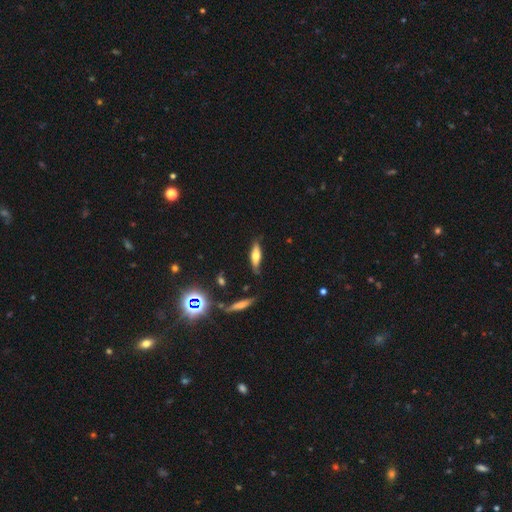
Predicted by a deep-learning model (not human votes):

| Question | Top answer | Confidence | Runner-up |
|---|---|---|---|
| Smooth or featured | smooth | 57% | featured or disk (35%) |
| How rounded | cigar-shaped | 59% | in between (39%) |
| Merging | none | 75% | minor disturbance (19%) |